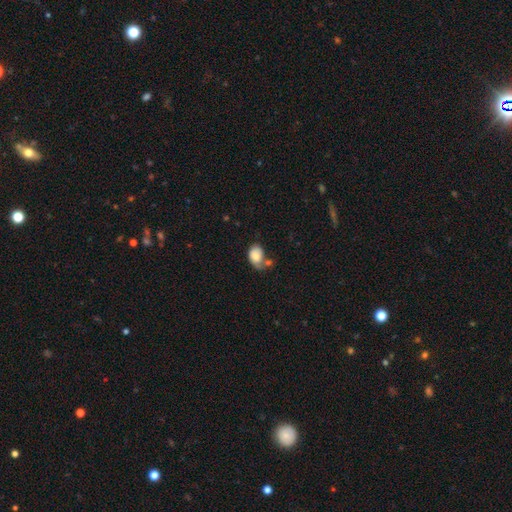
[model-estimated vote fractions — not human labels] Smooth or featured?
  - smooth: 77% *
  - featured or disk: 16%
  - star or artifact: 8%
How rounded?
  - in between: 79% *
  - round: 20%
  - cigar-shaped: 1%
Merging?
  - merger: 30% * (tied)
  - none: 30% * (tied)
  - minor disturbance: 23%
  - major disturbance: 16%